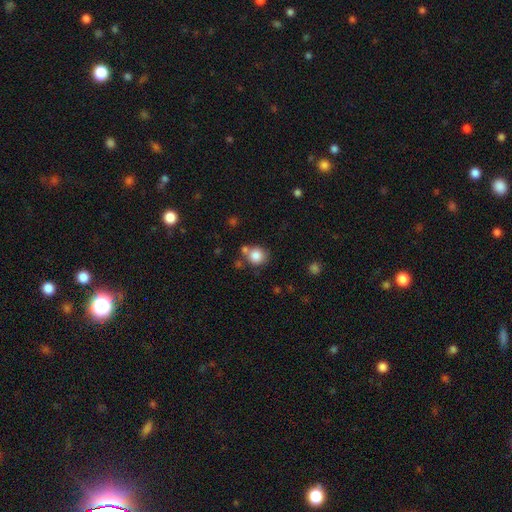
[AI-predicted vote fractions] A smooth galaxy with no disk features (83%) that is round (89%).

Vote fractions:
- Smooth or featured? smooth: 83% / star or artifact: 10% / featured or disk: 7%
- How rounded? round: 89% / in between: 10% / cigar-shaped: 1%
- Merging? none: 66% / merger: 19% / minor disturbance: 11% / major disturbance: 4%